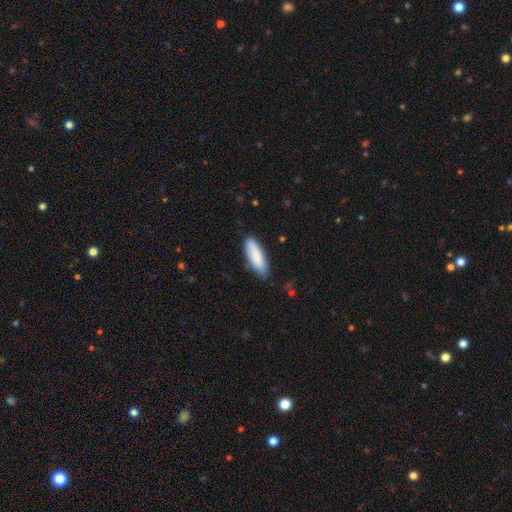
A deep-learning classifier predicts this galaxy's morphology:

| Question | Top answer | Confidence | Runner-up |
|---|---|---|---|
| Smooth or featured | smooth | 85% | featured or disk (9%) |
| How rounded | in between | 50% | cigar-shaped (48%) |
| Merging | none | 79% | minor disturbance (16%) |